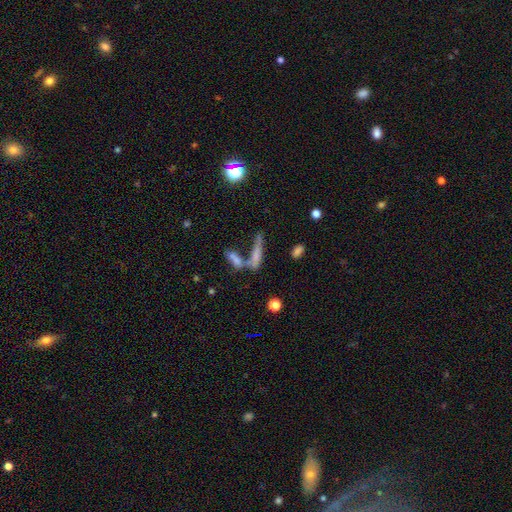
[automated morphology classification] Smooth or featured?
  - smooth: 59% *
  - featured or disk: 29%
  - star or artifact: 12%
How rounded?
  - cigar-shaped: 74% *
  - in between: 23%
  - round: 3%
Merging?
  - merger: 47% *
  - none: 31%
  - minor disturbance: 12%
  - major disturbance: 9%